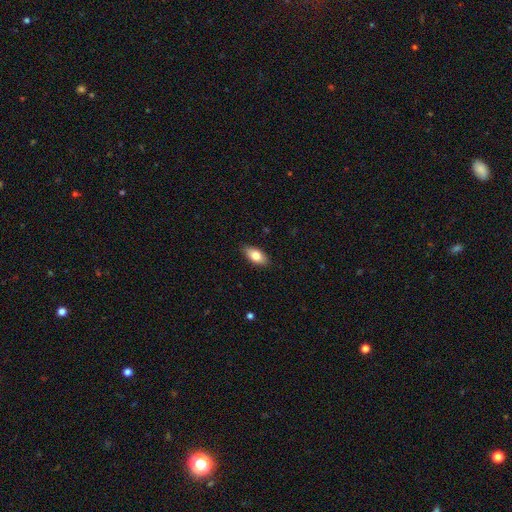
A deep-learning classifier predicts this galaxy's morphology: Smooth or featured?
  - smooth: 81% *
  - featured or disk: 12%
  - star or artifact: 7%
How rounded?
  - in between: 91% *
  - cigar-shaped: 6%
  - round: 3%
Merging?
  - none: 88% *
  - minor disturbance: 10%
  - major disturbance: 2%
  - merger: 1%